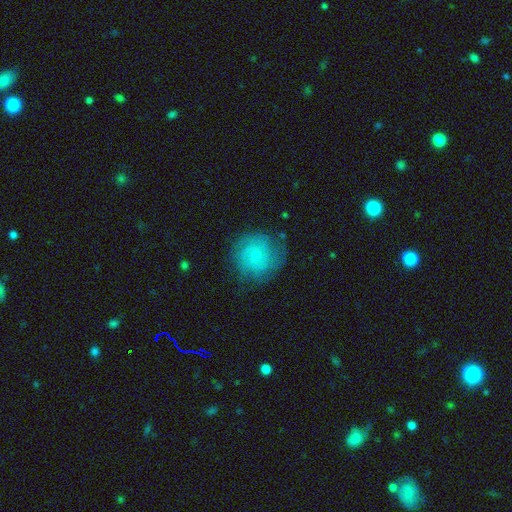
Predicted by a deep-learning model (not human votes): This appears to be a featured or disk galaxy (47%). Merging: none (72%).